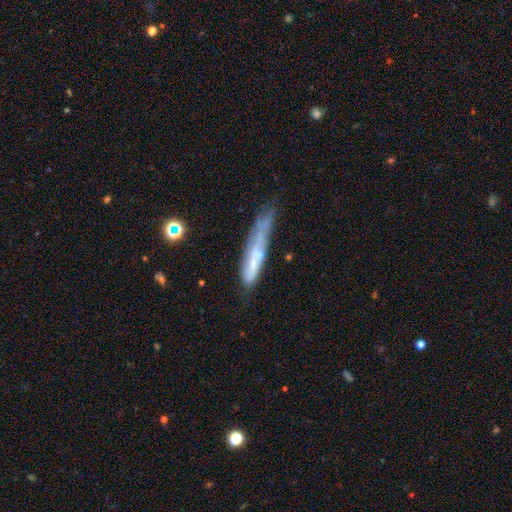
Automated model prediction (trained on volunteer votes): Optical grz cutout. It shows a featured or disk galaxy (51%) viewed edge-on (59%). Merging: none (42%).